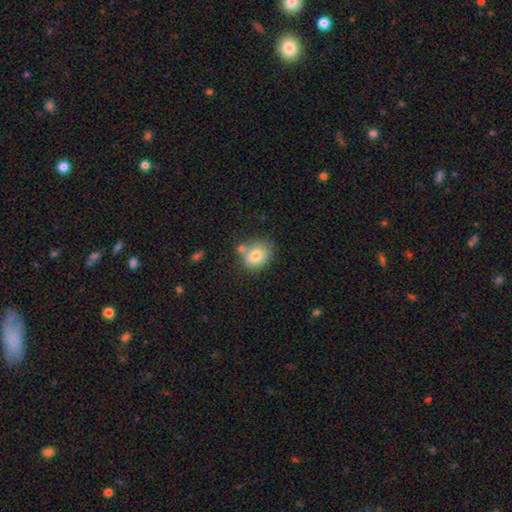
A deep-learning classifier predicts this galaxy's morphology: smooth 78%, featured or disk 14%, star or artifact 9%. Down the decision tree: how rounded — round (52%); merging — none (60%).